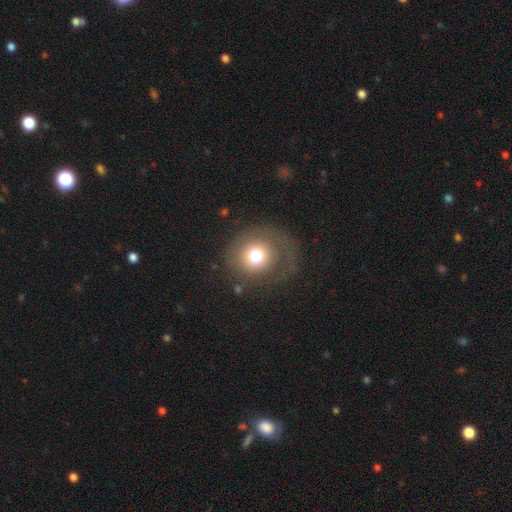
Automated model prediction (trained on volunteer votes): The model was most divided on "smooth or featured": smooth: 64%, featured or disk: 24%, star or artifact: 11%. More confident: how rounded — round (86%); merging — none (61%).